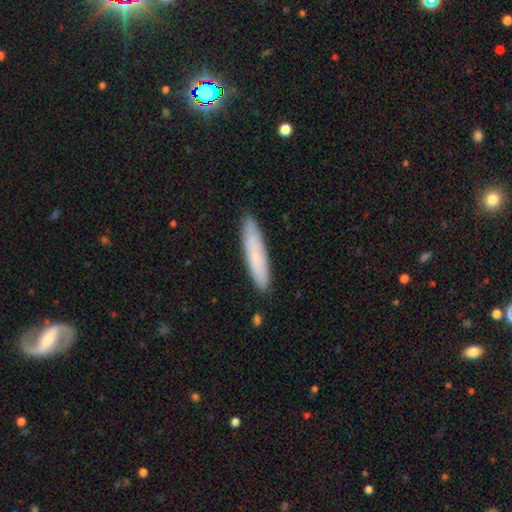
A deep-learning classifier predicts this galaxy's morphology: smooth 70%, featured or disk 23%, star or artifact 7%. Down the decision tree: how rounded — cigar-shaped (86%); merging — none (88%).